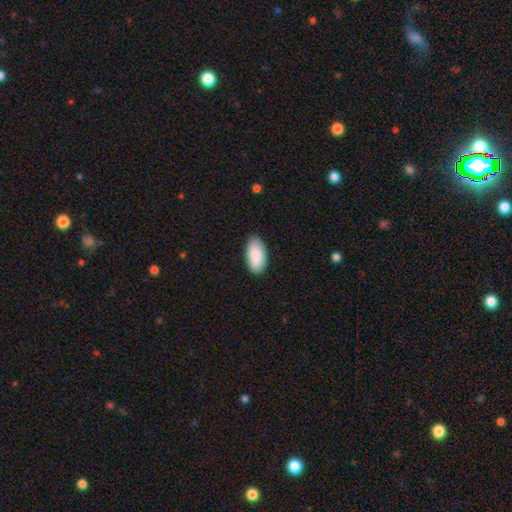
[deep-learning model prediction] smooth-or-featured: smooth: 89% | featured or disk: 5% | star or artifact: 5%
  how-rounded: in between: 95% | cigar-shaped: 3% | round: 2%
  merging: none: 86% | minor disturbance: 11% | major disturbance: 2% | merger: 1%